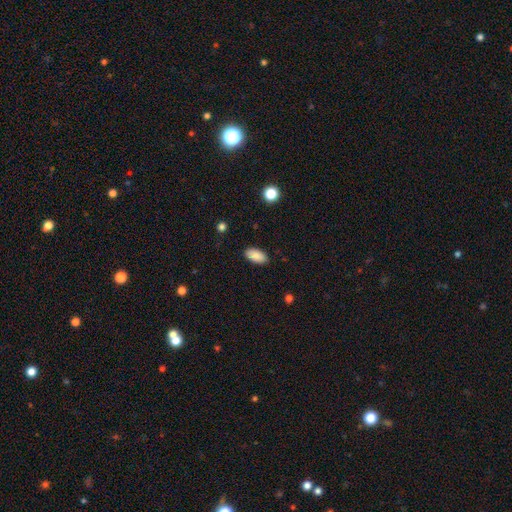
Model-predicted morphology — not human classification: A smooth galaxy with no disk features (89%) that is in between round and cigar-shaped (94%).

Vote fractions:
- Smooth or featured? smooth: 89% / star or artifact: 7% / featured or disk: 4%
- How rounded? in between: 94% / cigar-shaped: 3% / round: 2%
- Merging? none: 88% / minor disturbance: 9% / major disturbance: 2% / merger: 1%